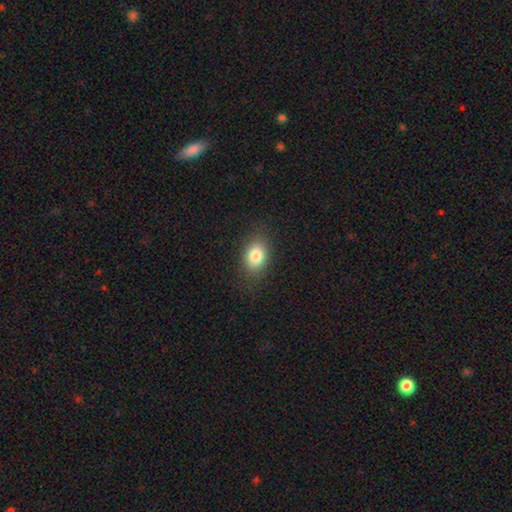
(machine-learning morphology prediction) A smooth galaxy with no disk features (83%) that is in between round and cigar-shaped (72%).

Vote fractions:
- Smooth or featured? smooth: 83% / star or artifact: 9% / featured or disk: 8%
- How rounded? in between: 72% / round: 26% / cigar-shaped: 1%
- Merging? none: 84% / minor disturbance: 12% / major disturbance: 4% / merger: 1%